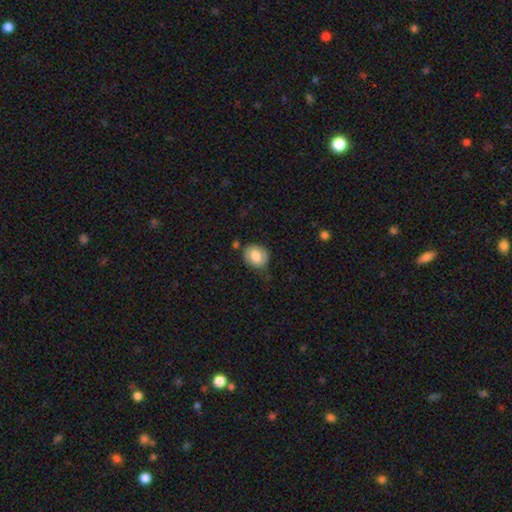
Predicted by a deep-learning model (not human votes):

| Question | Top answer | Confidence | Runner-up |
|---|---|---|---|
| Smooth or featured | smooth | 66% | featured or disk (27%) |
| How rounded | round | 60% | in between (39%) |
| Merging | none | 65% | minor disturbance (25%) |